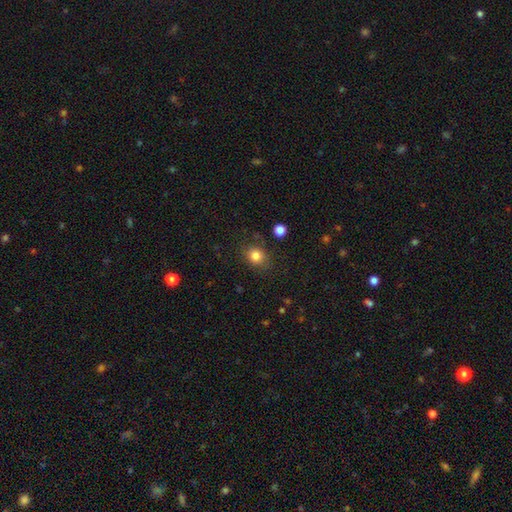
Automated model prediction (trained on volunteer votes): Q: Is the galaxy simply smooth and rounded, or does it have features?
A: smooth — 82%.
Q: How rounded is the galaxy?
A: round — 65%.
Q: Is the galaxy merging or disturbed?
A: none — 80%.